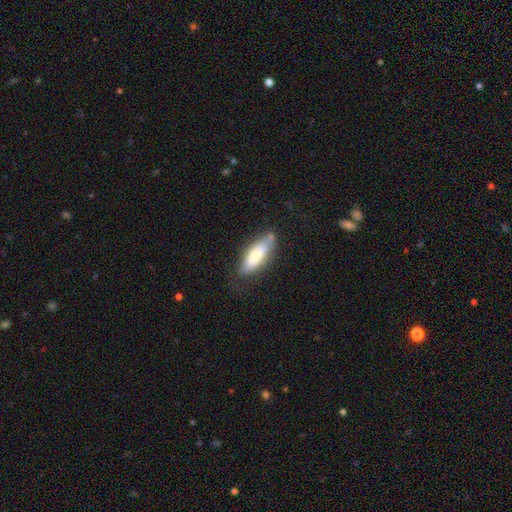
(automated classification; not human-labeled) Smooth or featured? smooth (69%)
How rounded? in between (57%)
Merging? none (61%)